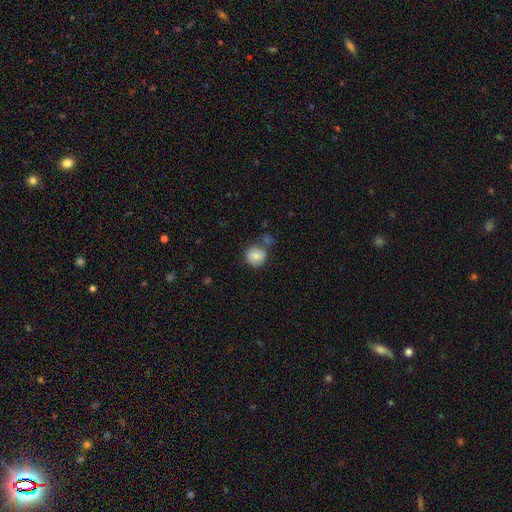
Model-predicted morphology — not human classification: This is clearly a smooth galaxy (80%). How rounded: clearly round (84%). Merging: possibly none (59%).